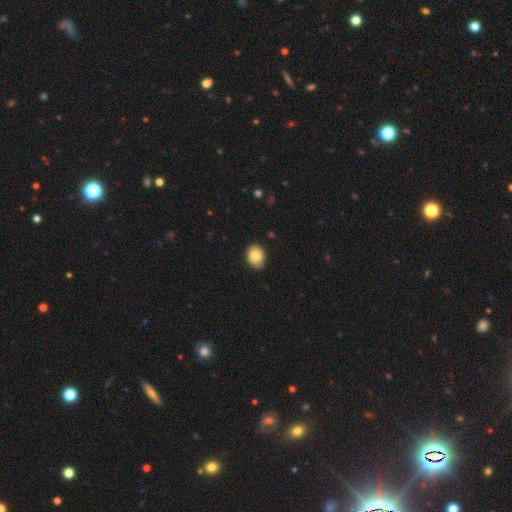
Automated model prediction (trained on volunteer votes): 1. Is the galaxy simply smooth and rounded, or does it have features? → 81% smooth, 11% featured or disk, 8% star or artifact.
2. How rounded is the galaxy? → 61% in between, 38% round, 1% cigar-shaped.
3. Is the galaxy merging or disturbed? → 82% none, 15% minor disturbance, 2% major disturbance, 1% merger.